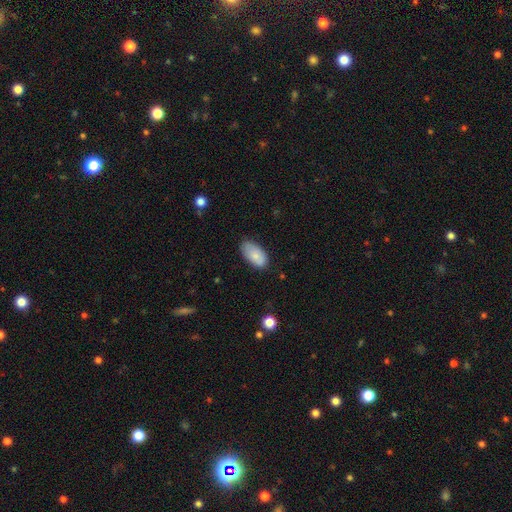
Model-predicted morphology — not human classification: A smooth galaxy with no disk features (81%) that is in between round and cigar-shaped (95%). Merging: none (74%).